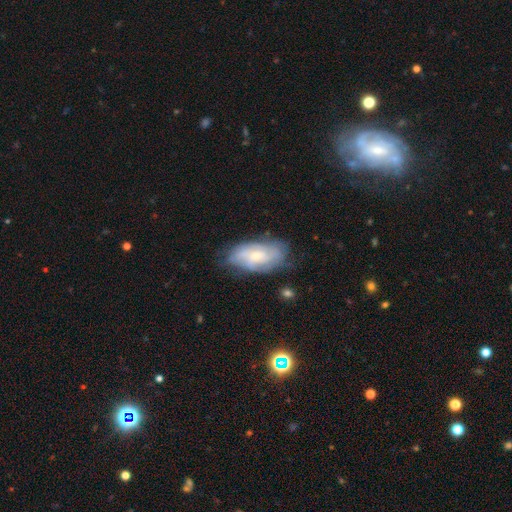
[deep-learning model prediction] Overall: featured or disk (57%; smooth 35%). Edge-on disk: no (92%). Bar: no (64%; weak 31%). Spiral arms: yes (80%). Bulge size: small (55%; moderate 36%). Merging: none (70%).